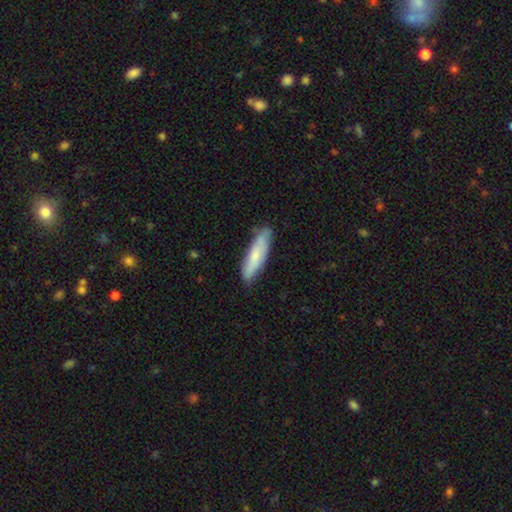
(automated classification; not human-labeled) A smooth galaxy with no disk features (70%) that is cigar-shaped (70%).

Vote fractions:
- Smooth or featured? smooth: 70% / featured or disk: 25% / star or artifact: 6%
- How rounded? cigar-shaped: 70% / in between: 29% / round: 1%
- Merging? none: 80% / minor disturbance: 16% / major disturbance: 2% / merger: 1%